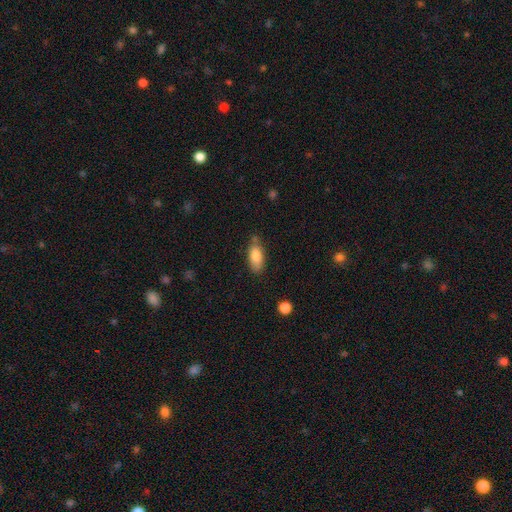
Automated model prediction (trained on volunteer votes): This is clearly a smooth galaxy (83%). How rounded: clearly in between (84%). Merging: likely none (65%).